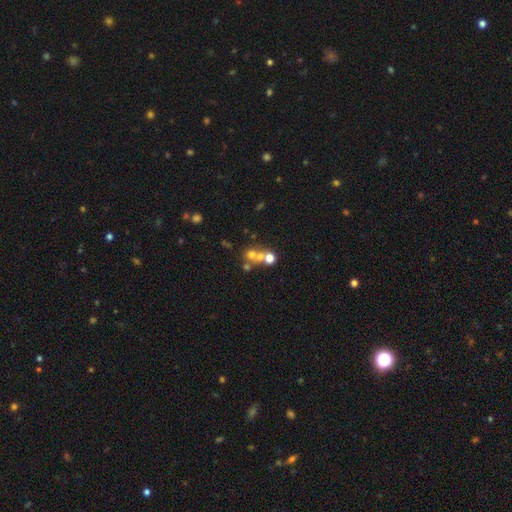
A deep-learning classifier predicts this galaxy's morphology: Smooth or featured? smooth (53%)
How rounded? round (83%)
Merging? merger (50%)